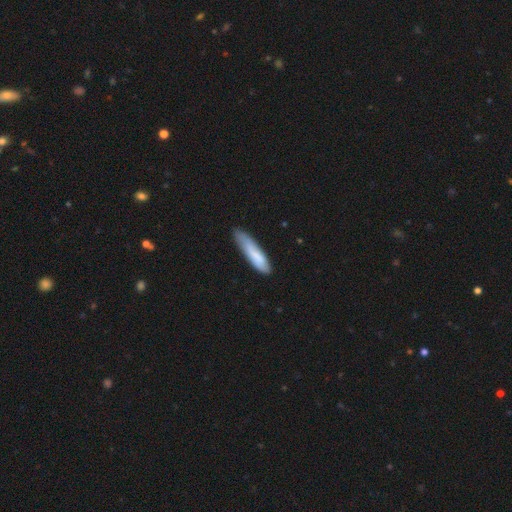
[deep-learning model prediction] The model was most divided on "merging": none: 63%, minor disturbance: 29%, major disturbance: 6%, merger: 2%. More confident: smooth or featured — smooth (78%); how rounded — cigar-shaped (76%).